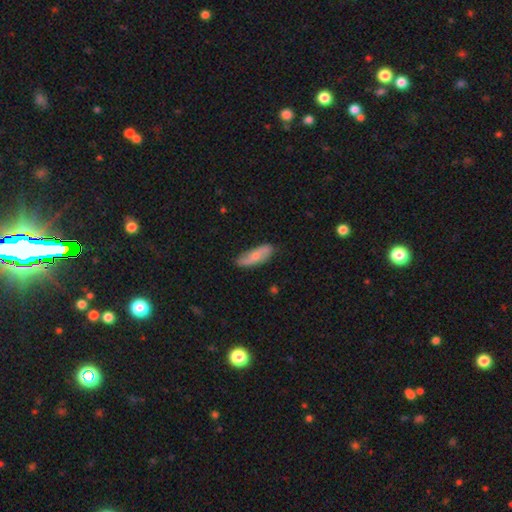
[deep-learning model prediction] A smooth galaxy with no disk features (60%) that is in between round and cigar-shaped (61%).

Vote fractions:
- Smooth or featured? smooth: 60% / featured or disk: 34% / star or artifact: 6%
- How rounded? in between: 61% / cigar-shaped: 37% / round: 3%
- Merging? none: 76% / minor disturbance: 19% / major disturbance: 3% / merger: 2%